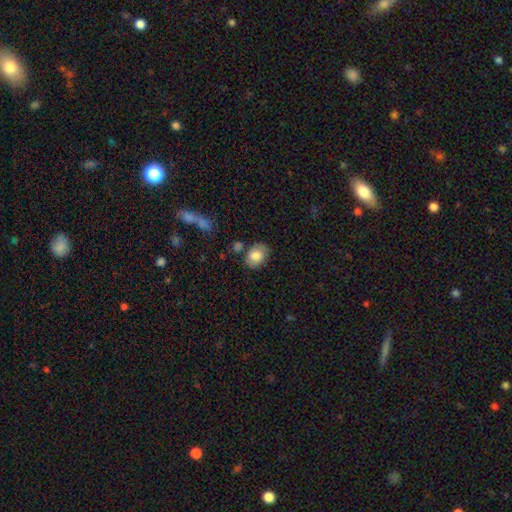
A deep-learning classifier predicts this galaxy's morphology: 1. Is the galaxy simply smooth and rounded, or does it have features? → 79% smooth, 14% featured or disk, 7% star or artifact.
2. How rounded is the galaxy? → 70% in between, 29% round, 1% cigar-shaped.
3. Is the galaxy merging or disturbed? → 72% none, 17% minor disturbance, 6% merger, 4% major disturbance.